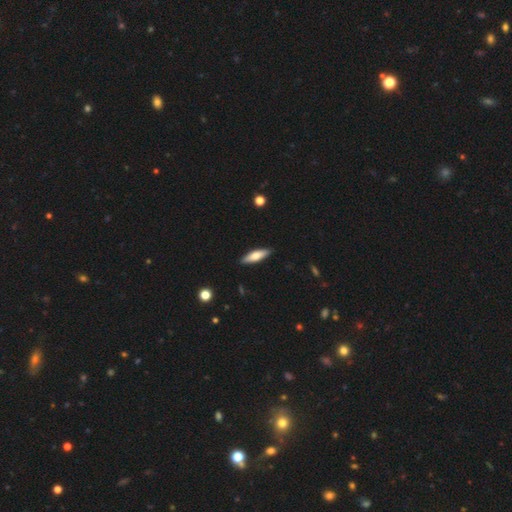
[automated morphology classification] This is likely a smooth galaxy (64%). How rounded: possibly cigar-shaped (55%). Merging: clearly none (89%).